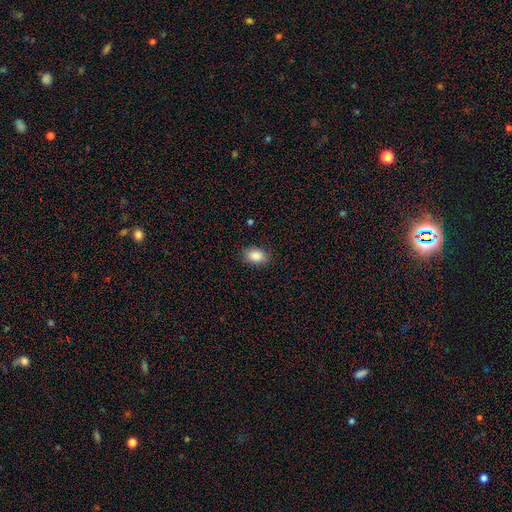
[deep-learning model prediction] smooth-or-featured: smooth: 88% | star or artifact: 8% | featured or disk: 4%
  how-rounded: in between: 83% | round: 15% | cigar-shaped: 1%
  merging: none: 86% | minor disturbance: 10% | major disturbance: 3% | merger: 1%